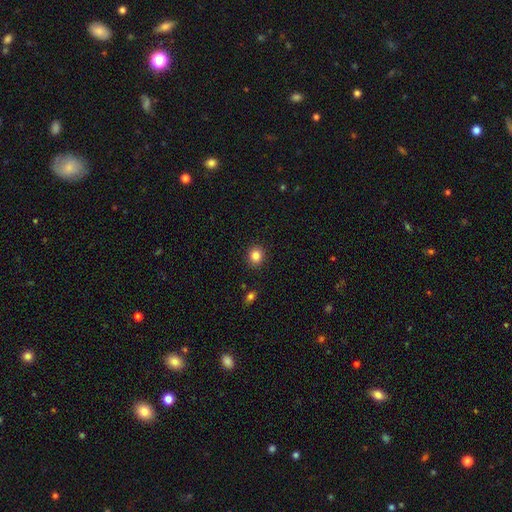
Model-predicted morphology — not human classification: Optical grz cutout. It shows a smooth galaxy with no disk features (84%) that is round (81%). Merging: none (91%).